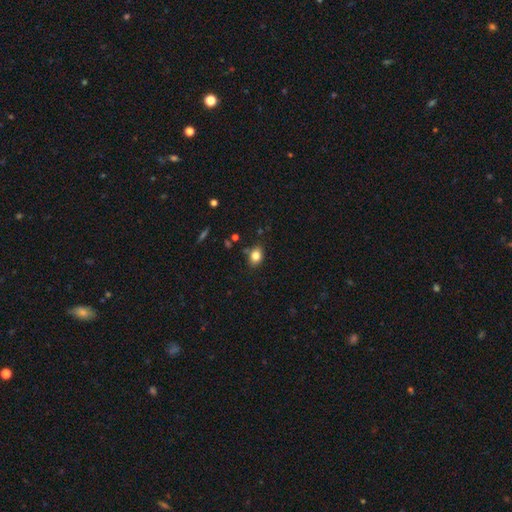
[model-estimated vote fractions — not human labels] Overall: smooth (81%). How rounded: in between (66%; round 32%). Merging: none (81%).